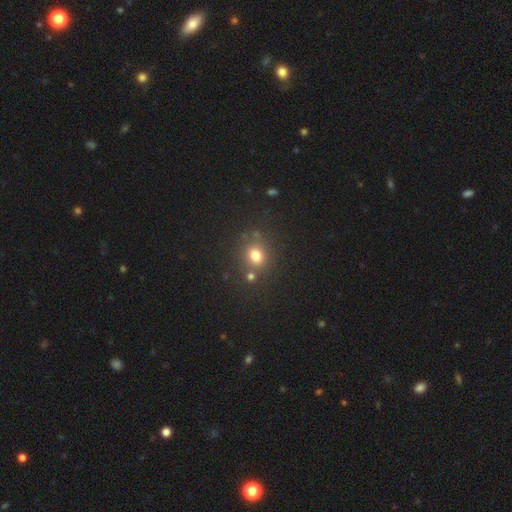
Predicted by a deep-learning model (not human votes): Smooth or featured? Predicted: smooth (p=0.74). How rounded? Predicted: round (p=0.67). Merging? Predicted: none (p=0.71).